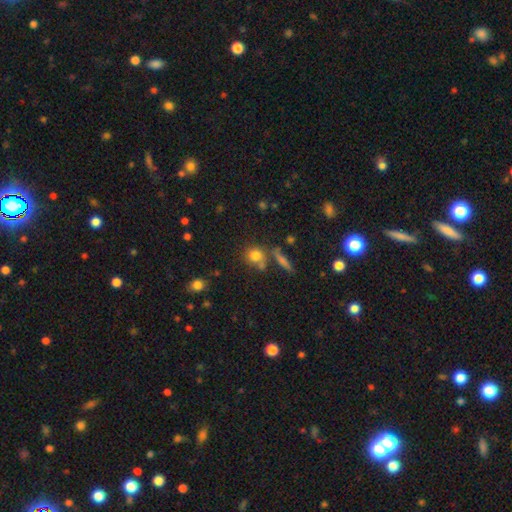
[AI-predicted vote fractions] Smooth or featured? smooth (78%)
How rounded? round (76%)
Merging? none (63%)